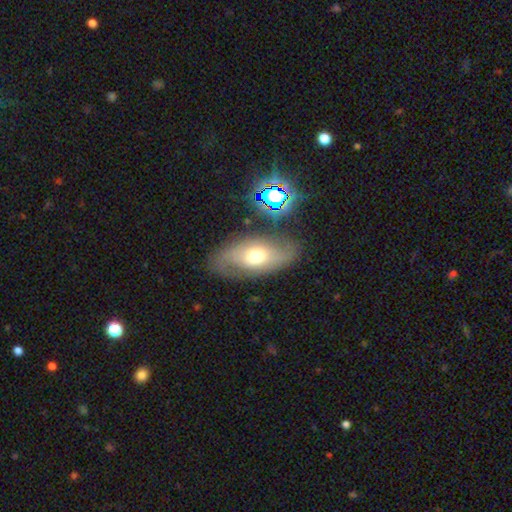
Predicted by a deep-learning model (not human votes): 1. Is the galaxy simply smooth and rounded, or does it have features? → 55% featured or disk, 35% smooth, 10% star or artifact.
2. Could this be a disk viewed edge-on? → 86% no, 14% yes.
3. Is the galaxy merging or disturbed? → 73% none, 16% minor disturbance, 8% major disturbance, 3% merger.